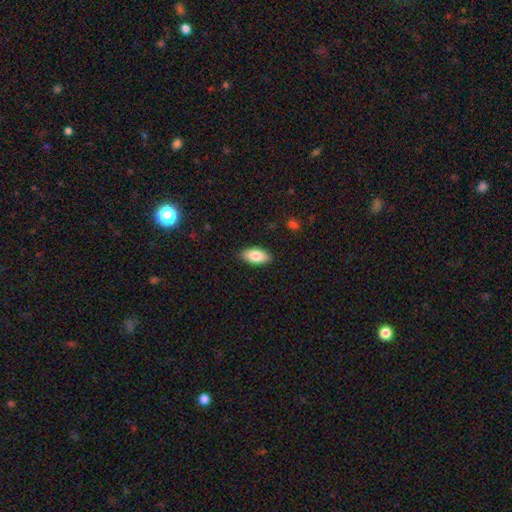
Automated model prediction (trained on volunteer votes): Q: Smooth or featured?
A: smooth (82%); runner-up: featured or disk (11%)
Q: How rounded?
A: in between (92%); runner-up: cigar-shaped (6%)
Q: Merging?
A: none (88%); runner-up: minor disturbance (9%)